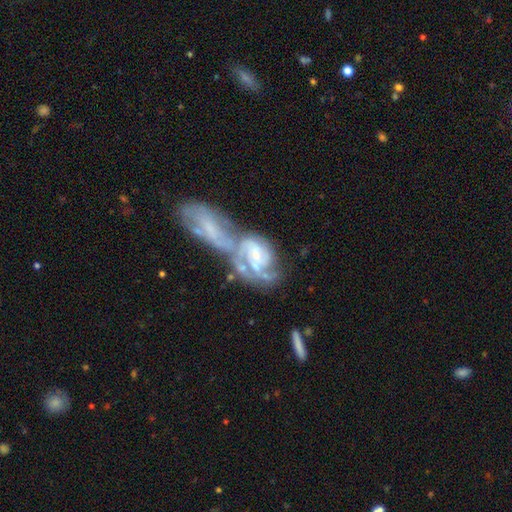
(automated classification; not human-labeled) Smooth or featured? Predicted: featured or disk (p=0.82). Edge-on disk? Predicted: no (p=0.96). Bar? Predicted: no (p=0.52). Spiral arms? Predicted: yes (p=0.92). Spiral winding? Predicted: tight (p=0.51). Spiral arm count? Predicted: 2 (p=0.34). Bulge size? Predicted: small (p=0.65). Merging? Predicted: merger (p=0.64).